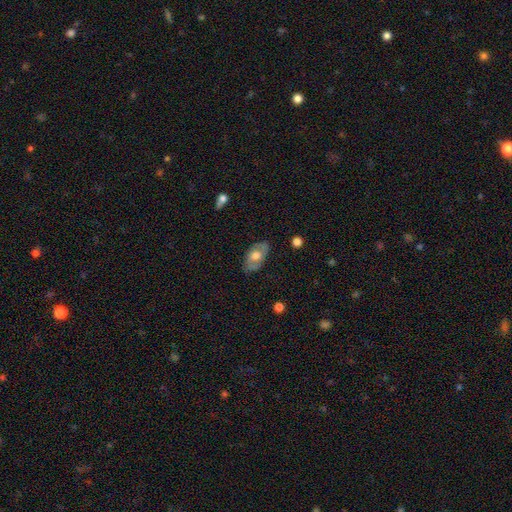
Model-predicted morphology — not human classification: The model was most divided on "smooth or featured": smooth: 51%, featured or disk: 42%, star or artifact: 7%. More confident: how rounded — in between (91%); merging — none (78%).